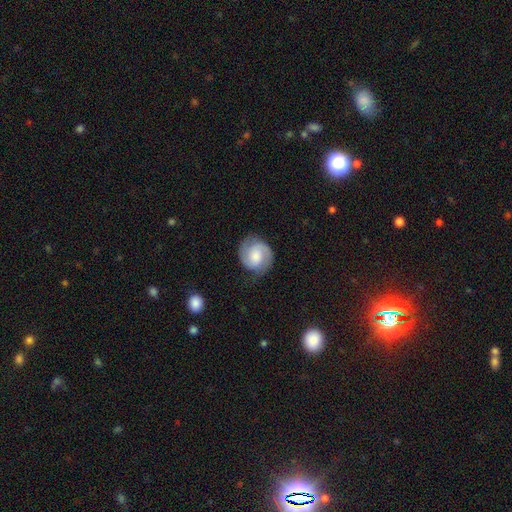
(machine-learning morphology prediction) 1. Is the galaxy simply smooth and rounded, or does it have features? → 74% featured or disk, 20% smooth, 6% star or artifact.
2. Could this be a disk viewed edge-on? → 98% no, 2% yes.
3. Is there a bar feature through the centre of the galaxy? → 51% no, 40% weak, 9% strong.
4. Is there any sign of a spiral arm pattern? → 95% yes, 5% no.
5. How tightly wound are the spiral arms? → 45% medium, 42% tight, 13% loose.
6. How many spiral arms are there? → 90% 2, 4% can't tell, 3% 1, 1% 3, 1% 4, 1% more than 4.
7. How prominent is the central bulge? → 41% moderate, 25% large, 18% small, 12% none, 3% dominant.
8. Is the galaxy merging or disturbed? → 74% none, 18% minor disturbance, 7% major disturbance, 1% merger.